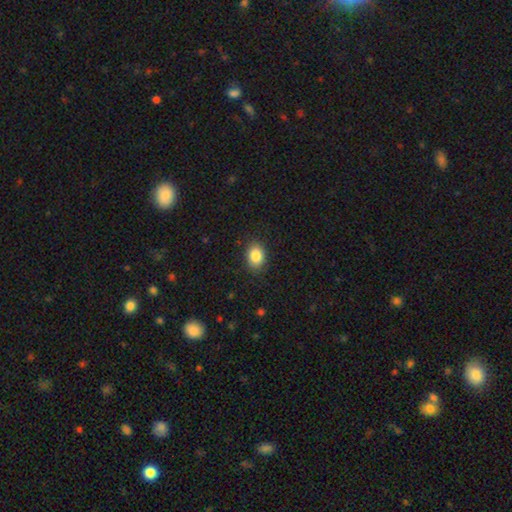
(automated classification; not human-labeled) A smooth galaxy with no disk features (86%) that is in between round and cigar-shaped (66%). Merging: none (87%).